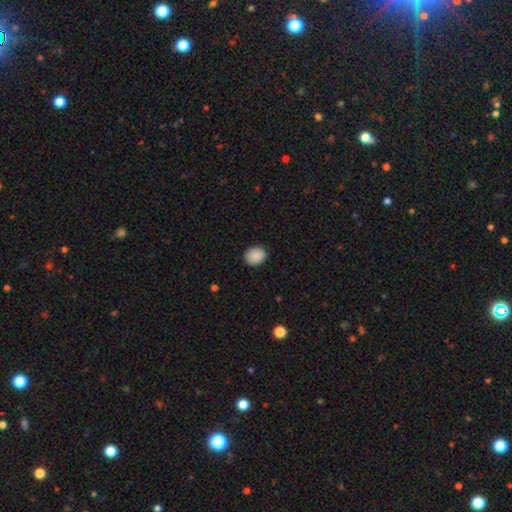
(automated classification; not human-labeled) Overall: smooth (89%). How rounded: round (60%; in between 39%). Merging: none (88%).